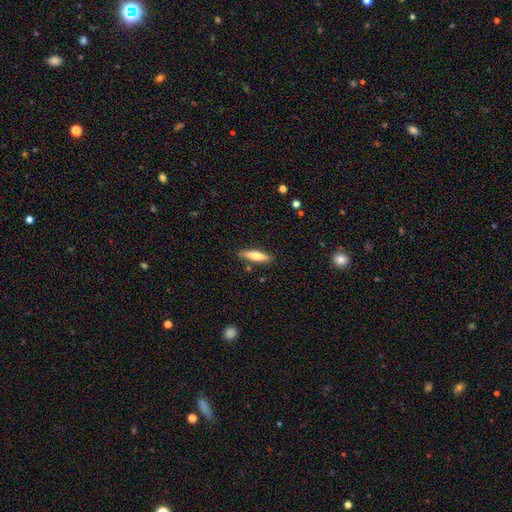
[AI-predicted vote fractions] Morphology: type=smooth (66%); roundness=cigar-shaped (76%); merging=none (86%).